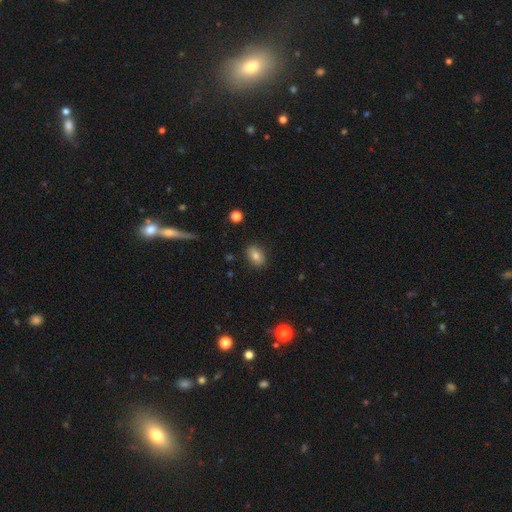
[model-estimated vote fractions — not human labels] The model was most divided on "how rounded": in between: 77%, round: 21%, cigar-shaped: 2%. More confident: merging — none (87%); smooth or featured — smooth (79%).